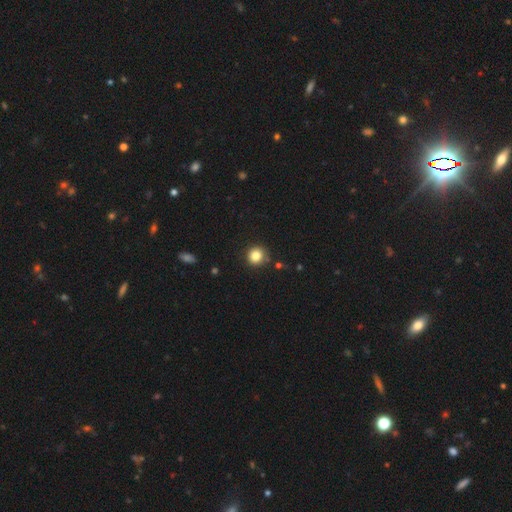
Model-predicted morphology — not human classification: Smooth or featured: smooth — 83% (star or artifact — 11%)
How rounded: round — 91% (in between — 8%)
Merging: none — 86% (minor disturbance — 8%)